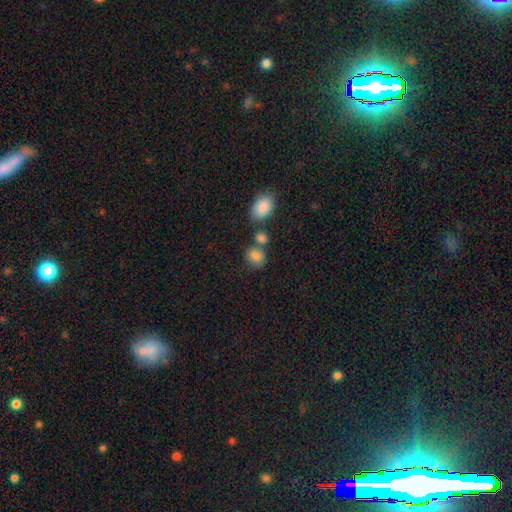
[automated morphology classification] Q: Smooth or featured?
A: smooth (84%); runner-up: star or artifact (10%)
Q: How rounded?
A: in between (51%); runner-up: round (47%)
Q: Merging?
A: none (54%); runner-up: merger (28%)